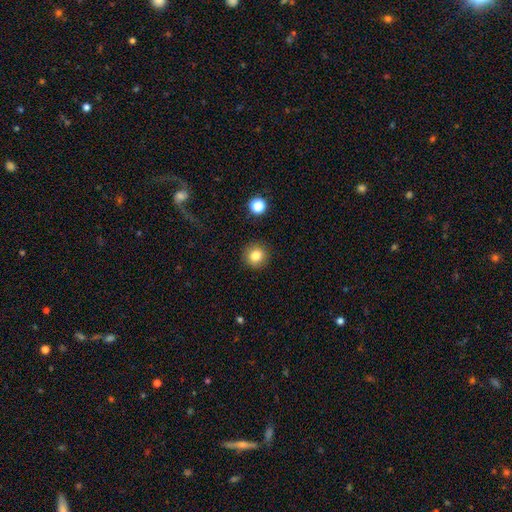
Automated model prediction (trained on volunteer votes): A smooth galaxy with no disk features (83%) that is round (93%). Merging: none (90%).